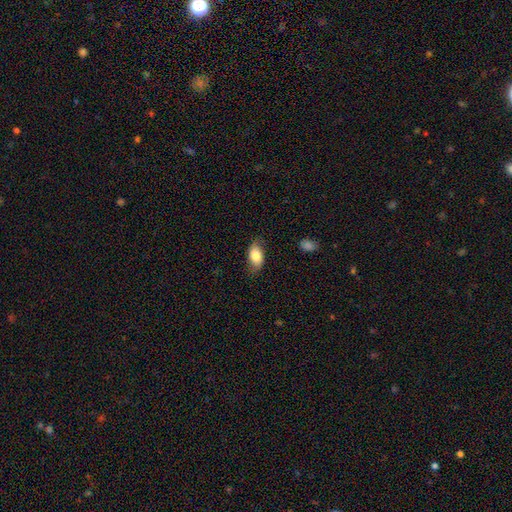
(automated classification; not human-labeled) Morphology: type=smooth (79%); roundness=in between (91%); merging=none (74%).